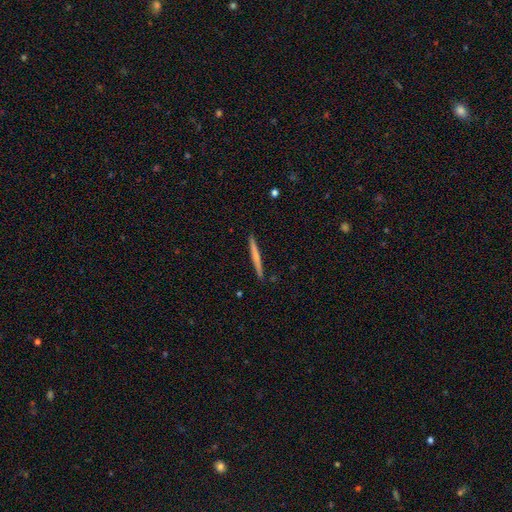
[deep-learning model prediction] A smooth galaxy with no disk features (58%) that is cigar-shaped (97%). Merging: none (91%).